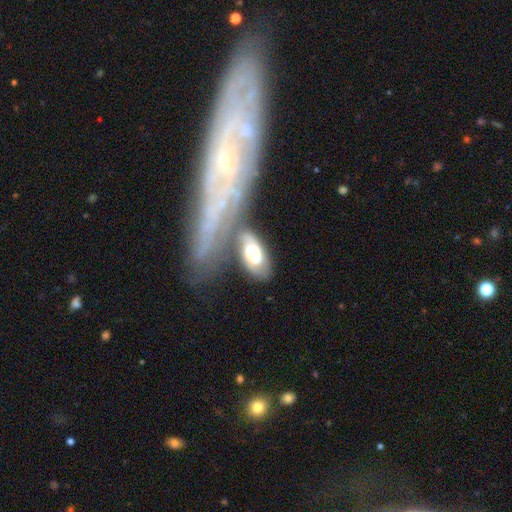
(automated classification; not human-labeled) featured or disk 49%, smooth 44%, star or artifact 6%. Down the decision tree: merging — none (37%).